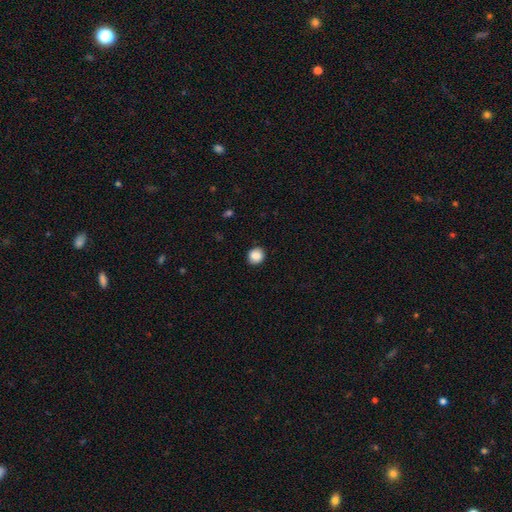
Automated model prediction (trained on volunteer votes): Smooth or featured?
  - smooth: 87% *
  - star or artifact: 9%
  - featured or disk: 4%
How rounded?
  - round: 78% *
  - in between: 21%
  - cigar-shaped: 1%
Merging?
  - none: 89% *
  - minor disturbance: 8%
  - major disturbance: 2%
  - merger: 1%